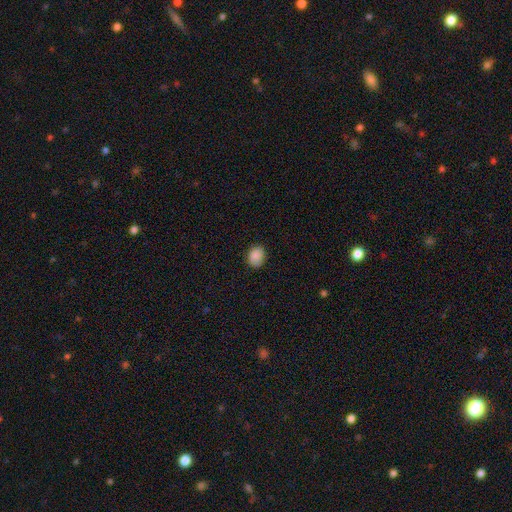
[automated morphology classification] A smooth galaxy with no disk features (88%) that is in between round and cigar-shaped (54%). Merging: none (83%).